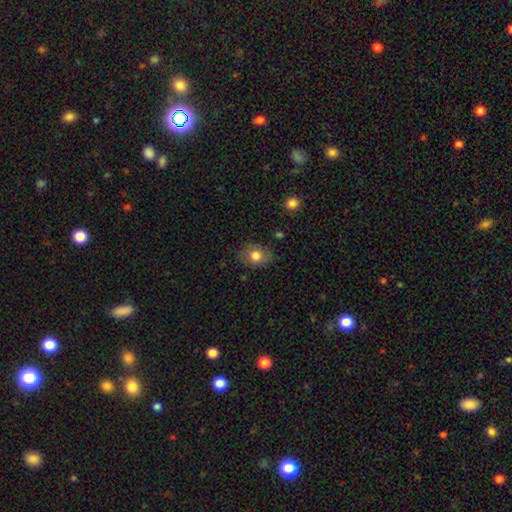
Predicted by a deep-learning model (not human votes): Q: Smooth or featured?
A: smooth (76%); runner-up: featured or disk (15%)
Q: How rounded?
A: in between (60%); runner-up: round (39%)
Q: Merging?
A: none (78%); runner-up: minor disturbance (16%)